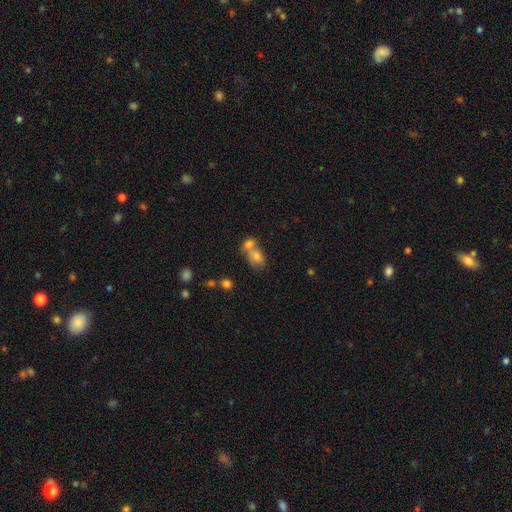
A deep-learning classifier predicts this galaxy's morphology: type=smooth (68%); roundness=in between (60%); merging=merger (58%).